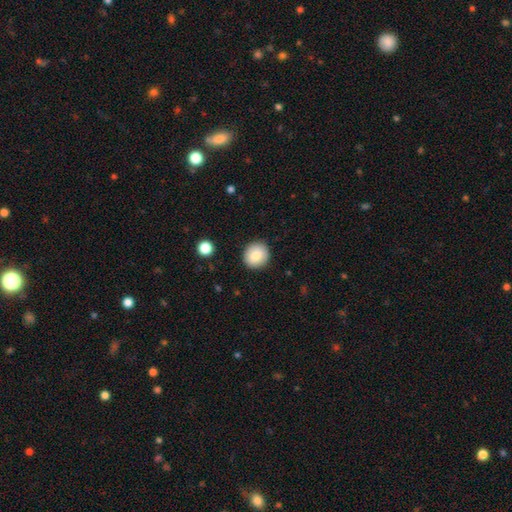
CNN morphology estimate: Smooth or featured: smooth — 84% (star or artifact — 8%)
How rounded: round — 89% (in between — 10%)
Merging: none — 90% (minor disturbance — 7%)